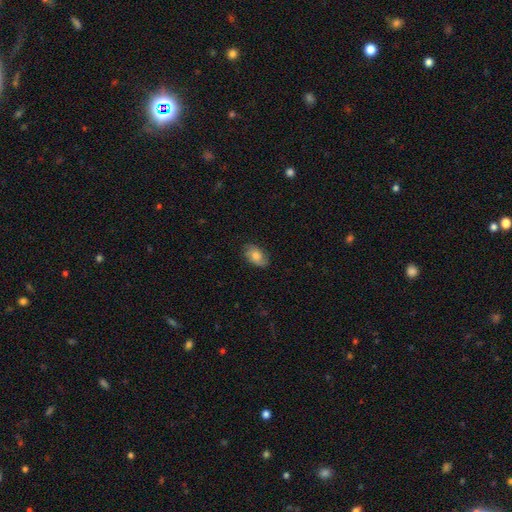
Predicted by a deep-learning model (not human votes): This appears to be a smooth galaxy with no disk features (67%) that is in between round and cigar-shaped (87%). Merging: none (80%).